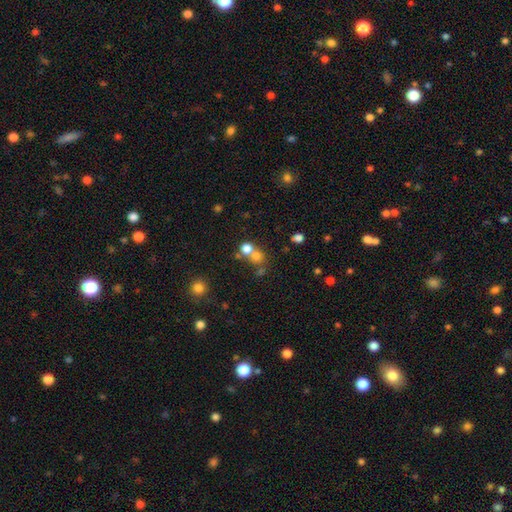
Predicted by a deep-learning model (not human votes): smooth 70%, star or artifact 18%, featured or disk 12%. Down the decision tree: how rounded — round (83%); merging — none (44%, tied with merger).